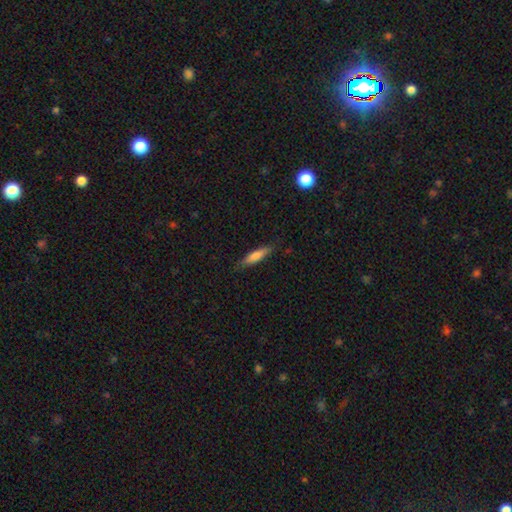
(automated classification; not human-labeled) Smooth or featured: smooth — 73% (featured or disk — 21%)
How rounded: cigar-shaped — 79% (in between — 20%)
Merging: none — 84% (minor disturbance — 13%)